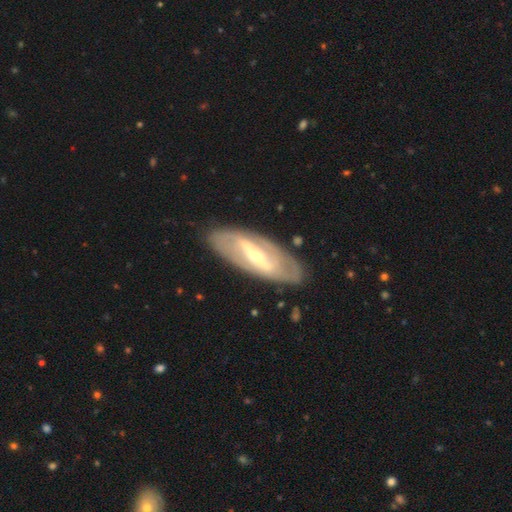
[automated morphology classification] The model was most divided on "bulge size": moderate: 48%, small: 46%, large: 4%, none: 1%, dominant: 1%. More confident: edge-on disk — no (87%); merging — none (81%); smooth or featured — featured or disk (78%); spiral arms — yes (69%); bar — strong (62%).